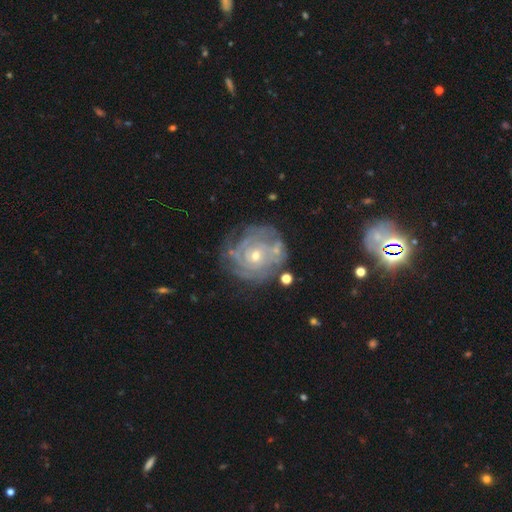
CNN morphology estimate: A featured or disk galaxy (83%) with no bar (79%), tight (78%) spiral arms (89%) and a small central bulge (59%). Merging: none (65%).